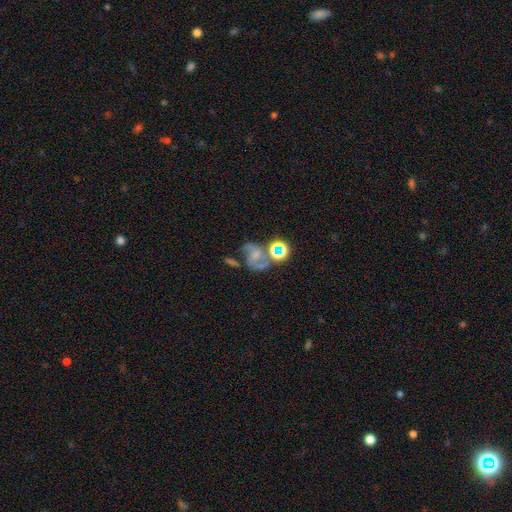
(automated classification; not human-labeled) Morphology: type=featured or disk (54%); edge-on=no (97%); bar=no (55%); spiral arms=yes (73%); bulge=small (39%); merging=none (32%).